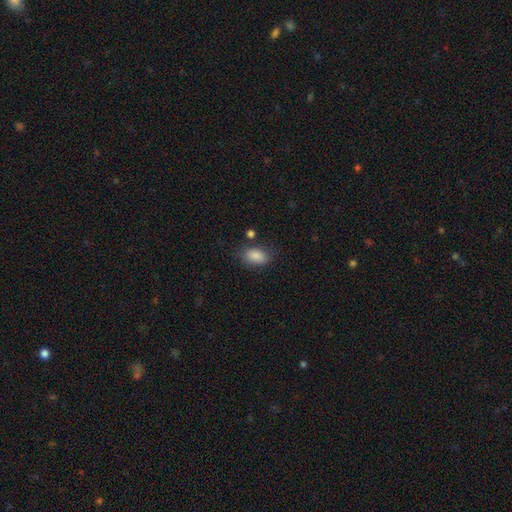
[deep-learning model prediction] The model was most divided on "merging": none: 73%, minor disturbance: 17%, major disturbance: 5%, merger: 5%. More confident: how rounded — in between (89%); smooth or featured — smooth (86%).